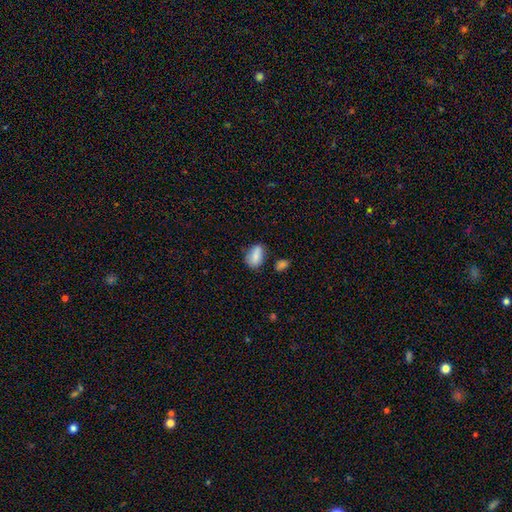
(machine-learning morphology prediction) type=smooth (81%); roundness=in between (85%); merging=none (65%).